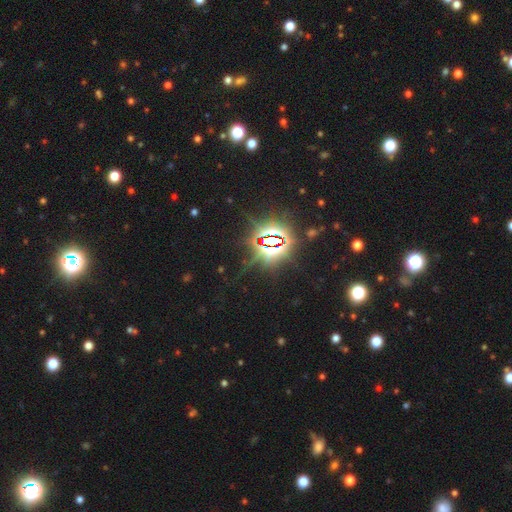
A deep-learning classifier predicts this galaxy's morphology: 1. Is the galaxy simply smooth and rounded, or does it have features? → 82% star or artifact, 11% smooth, 6% featured or disk.